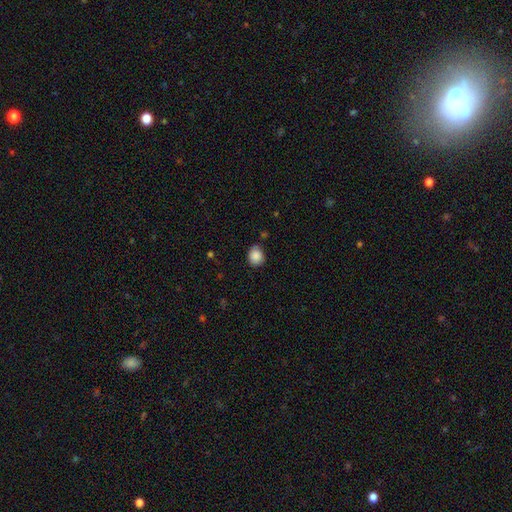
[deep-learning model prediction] Overall: smooth (88%). How rounded: round (63%; in between 36%). Merging: none (76%).